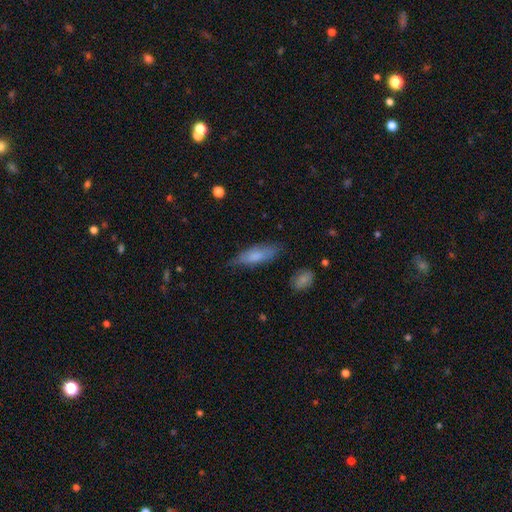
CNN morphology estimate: smooth_or_featured: smooth (p=0.72) [alt: featured or disk p=0.22]
how_rounded: in between (p=0.57) [alt: cigar-shaped p=0.41]
merging: none (p=0.65) [alt: minor disturbance p=0.26]